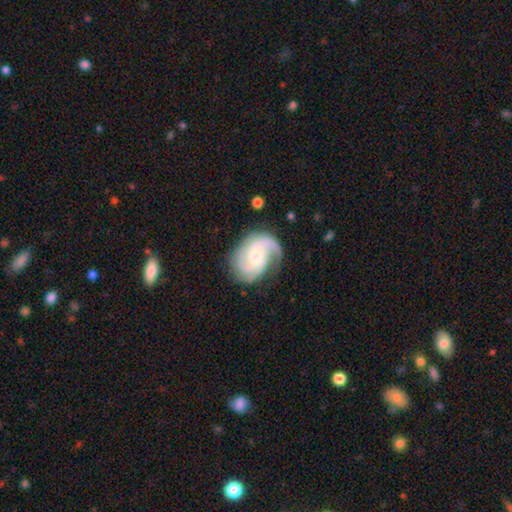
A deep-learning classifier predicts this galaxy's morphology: A featured or disk galaxy (87%) with no bar (64%), 2 (39%) tight (46%) spiral arms (98%) and a small central bulge (48%). Merging: none (71%).